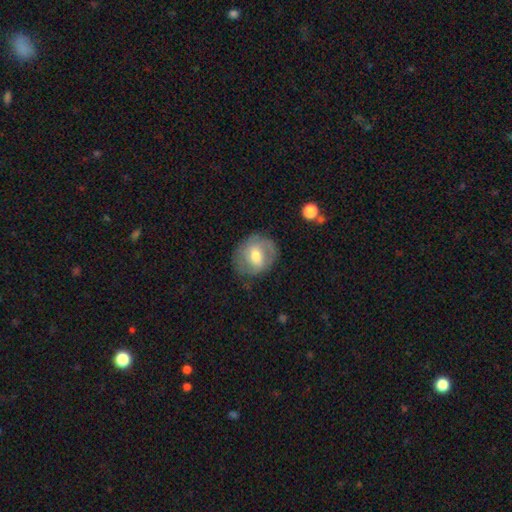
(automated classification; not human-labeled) smooth_or_featured: featured or disk (p=0.48) [alt: smooth p=0.45]
merging: none (p=0.70) [alt: minor disturbance p=0.20]